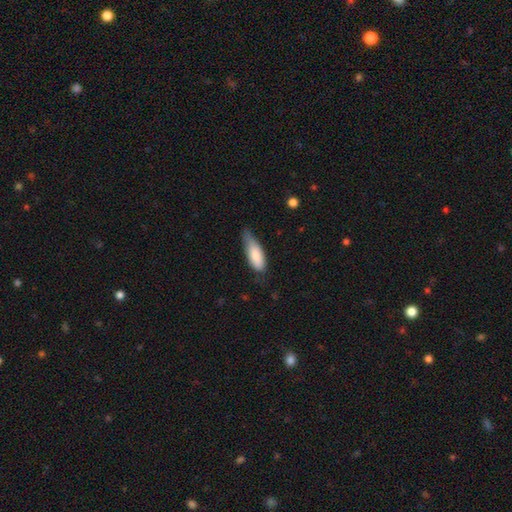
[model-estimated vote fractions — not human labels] smooth 81%, featured or disk 13%, star or artifact 6%. Down the decision tree: how rounded — in between (66%); merging — minor disturbance (45%).